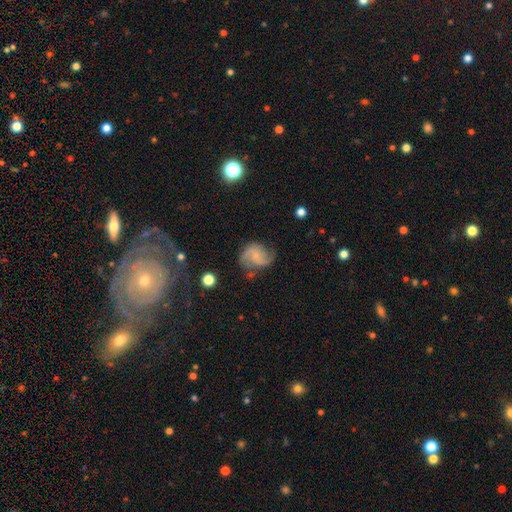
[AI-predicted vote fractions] Smooth or featured? Predicted: featured or disk (p=0.77). Edge-on disk? Predicted: no (p=0.98). Bar? Predicted: no (p=0.60). Spiral arms? Predicted: yes (p=0.95). Spiral winding? Predicted: medium (p=0.47). Spiral arm count? Predicted: 2 (p=0.77). Bulge size? Predicted: small (p=0.61). Merging? Predicted: none (p=0.66).